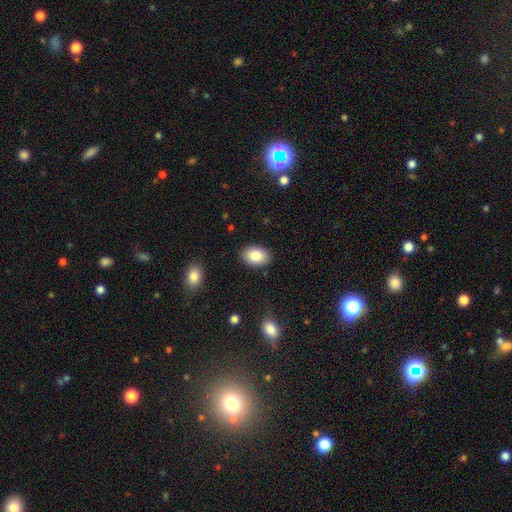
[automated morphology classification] The model was most divided on "how rounded": in between: 84%, round: 15%, cigar-shaped: 1%. More confident: merging — none (88%); smooth or featured — smooth (85%).